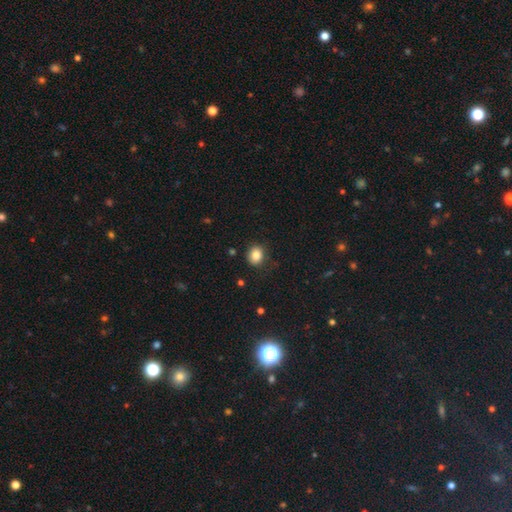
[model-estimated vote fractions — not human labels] A smooth galaxy with no disk features (85%) that is round (63%).

Vote fractions:
- Smooth or featured? smooth: 85% / star or artifact: 10% / featured or disk: 5%
- How rounded? round: 63% / in between: 36% / cigar-shaped: 1%
- Merging? none: 82% / minor disturbance: 13% / major disturbance: 3% / merger: 2%